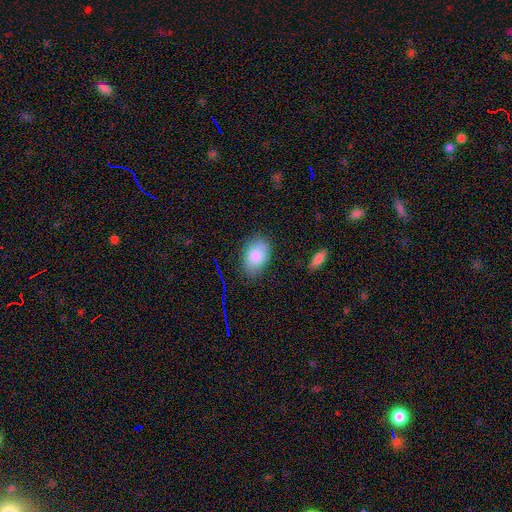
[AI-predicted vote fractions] Smooth or featured? smooth (81%)
How rounded? in between (87%)
Merging? none (75%)